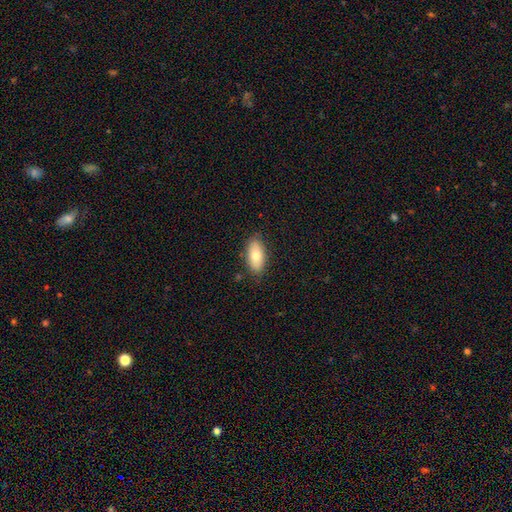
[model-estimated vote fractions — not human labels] A smooth galaxy with no disk features (75%) that is in between round and cigar-shaped (90%).

Vote fractions:
- Smooth or featured? smooth: 75% / featured or disk: 18% / star or artifact: 7%
- How rounded? in between: 90% / cigar-shaped: 7% / round: 3%
- Merging? none: 85% / minor disturbance: 12% / major disturbance: 2% / merger: 1%